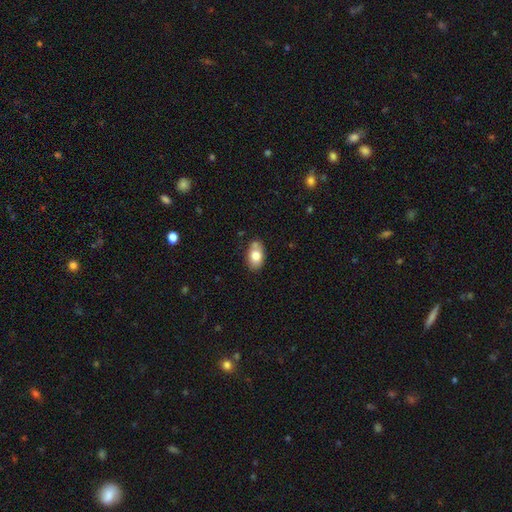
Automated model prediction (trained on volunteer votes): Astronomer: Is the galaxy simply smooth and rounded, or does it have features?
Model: smooth — 79%.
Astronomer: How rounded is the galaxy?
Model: in between — 89%.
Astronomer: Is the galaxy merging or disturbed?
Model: none — 71%.